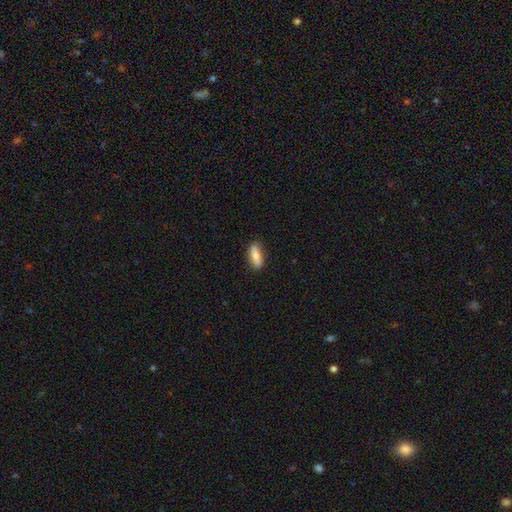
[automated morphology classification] Smooth or featured? Predicted: smooth (p=0.77). How rounded? Predicted: in between (p=0.63). Merging? Predicted: none (p=0.85).